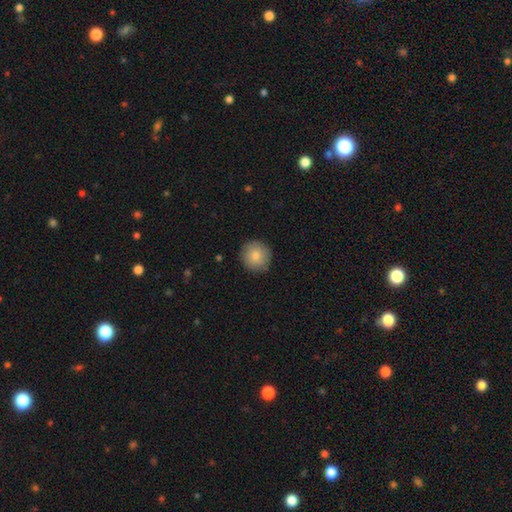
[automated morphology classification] A smooth galaxy with no disk features (84%) that is round (95%). Merging: none (89%).